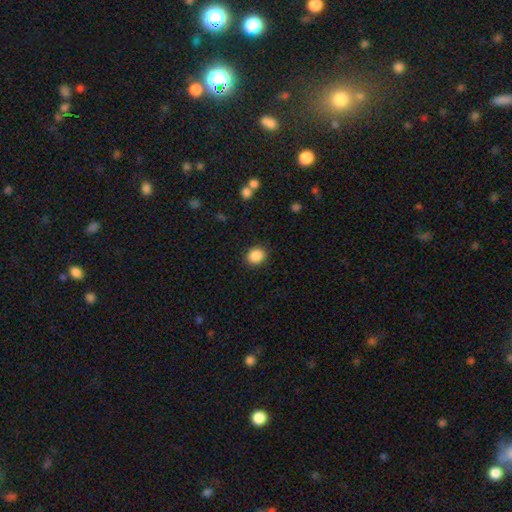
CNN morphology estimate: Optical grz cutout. It shows a smooth galaxy with no disk features (88%) that is round (67%). Merging: none (89%).